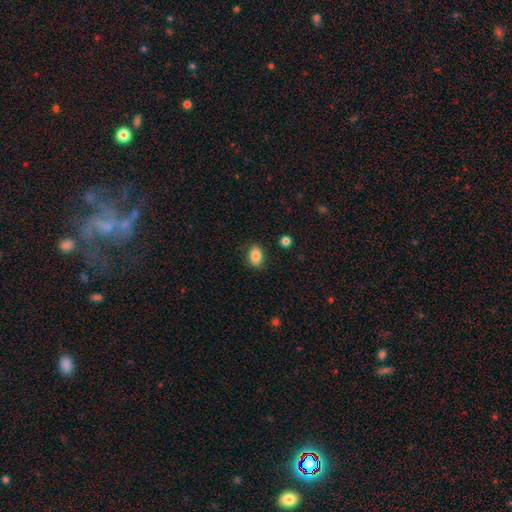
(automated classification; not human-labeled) A smooth galaxy with no disk features (86%) that is in between round and cigar-shaped (83%).

Vote fractions:
- Smooth or featured? smooth: 86% / star or artifact: 8% / featured or disk: 6%
- How rounded? in between: 83% / round: 15% / cigar-shaped: 2%
- Merging? none: 83% / minor disturbance: 12% / major disturbance: 3% / merger: 2%